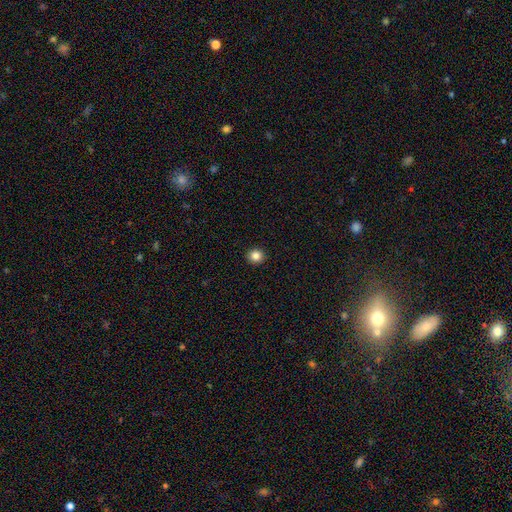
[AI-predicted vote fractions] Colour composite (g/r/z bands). It shows a smooth galaxy with no disk features (84%) that is round (90%). Merging: none (93%).